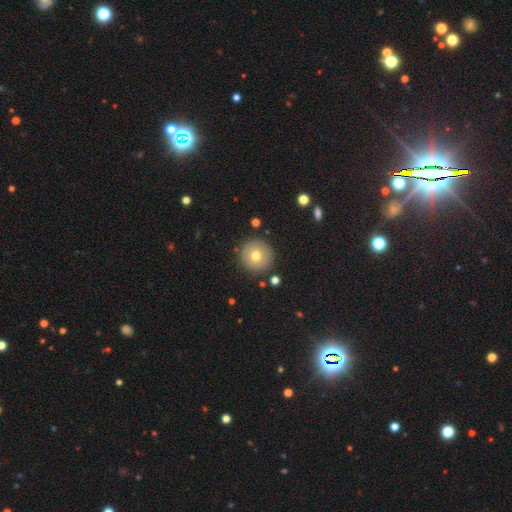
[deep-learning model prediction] Morphology: type=smooth (72%); roundness=round (96%); merging=none (90%).